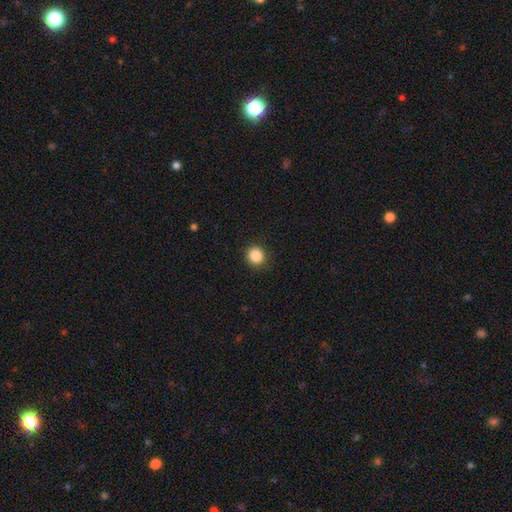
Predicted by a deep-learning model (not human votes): Q: Smooth or featured?
A: smooth (88%); runner-up: star or artifact (10%)
Q: How rounded?
A: round (85%); runner-up: in between (15%)
Q: Merging?
A: none (89%); runner-up: minor disturbance (8%)